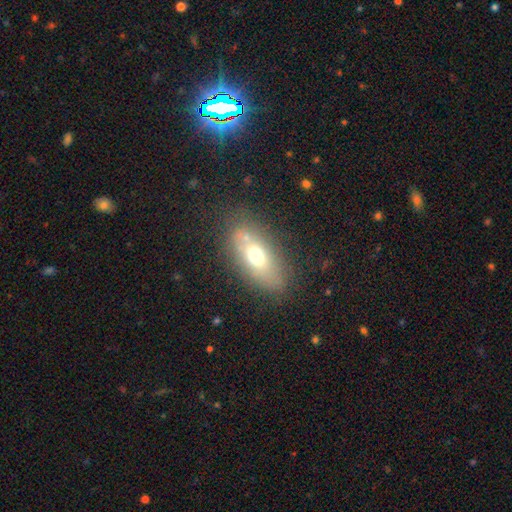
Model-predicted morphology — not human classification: This is likely a smooth galaxy (64%). How rounded: clearly in between (80%). Merging: likely none (71%).